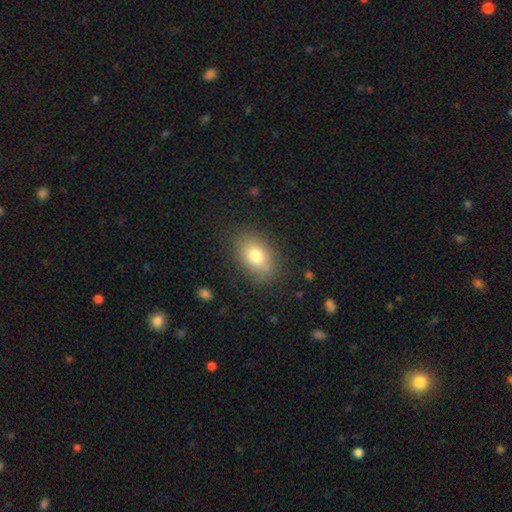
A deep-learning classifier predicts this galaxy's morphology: Smooth or featured?
  - smooth: 77% *
  - featured or disk: 14%
  - star or artifact: 9%
How rounded?
  - in between: 82% *
  - round: 17%
  - cigar-shaped: 1%
Merging?
  - none: 80% *
  - minor disturbance: 14%
  - major disturbance: 4%
  - merger: 1%